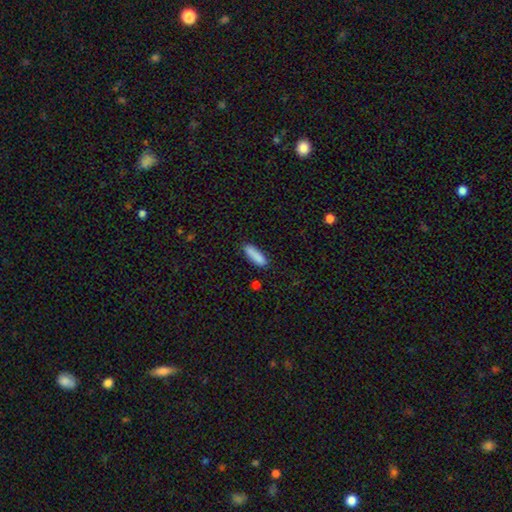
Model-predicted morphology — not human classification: Smooth or featured?
  - smooth: 87% *
  - star or artifact: 7%
  - featured or disk: 6%
How rounded?
  - cigar-shaped: 60% *
  - in between: 39%
  - round: 2%
Merging?
  - none: 81% *
  - minor disturbance: 13%
  - merger: 3%
  - major disturbance: 3%